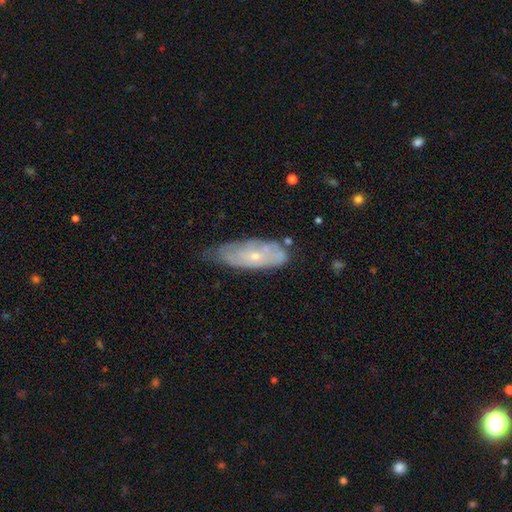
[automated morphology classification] Q: Smooth or featured?
A: featured or disk (57%); runner-up: smooth (36%)
Q: Edge-on disk?
A: no (84%); runner-up: yes (16%)
Q: Merging?
A: none (49%); runner-up: minor disturbance (38%)